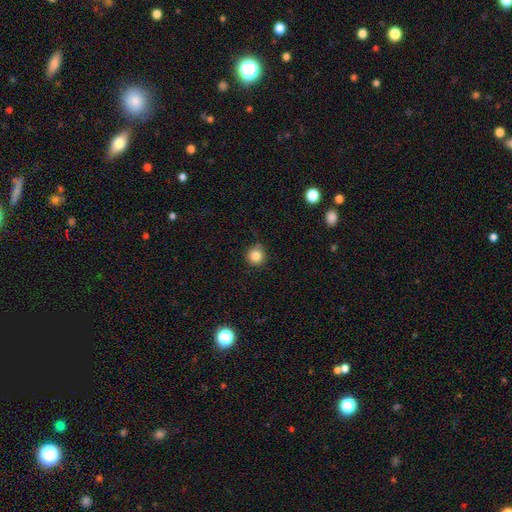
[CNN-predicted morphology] Smooth or featured? smooth (83%)
How rounded? round (93%)
Merging? none (84%)